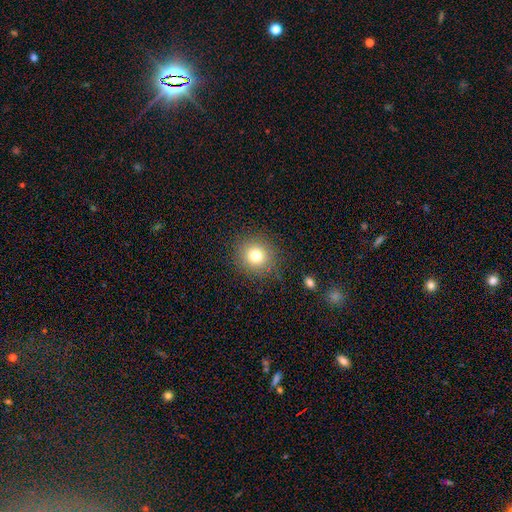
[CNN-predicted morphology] The model was most divided on "smooth or featured": smooth: 76%, star or artifact: 14%, featured or disk: 10%. More confident: how rounded — round (90%); merging — none (86%).